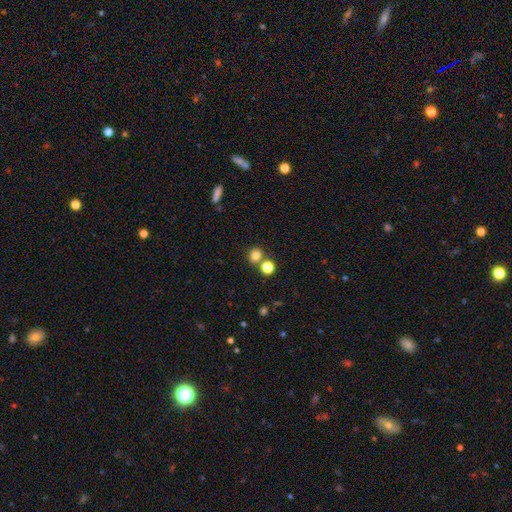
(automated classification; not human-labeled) The model was most divided on "merging": none: 69%, merger: 21%, minor disturbance: 8%, major disturbance: 3%. More confident: how rounded — round (85%); smooth or featured — smooth (80%).